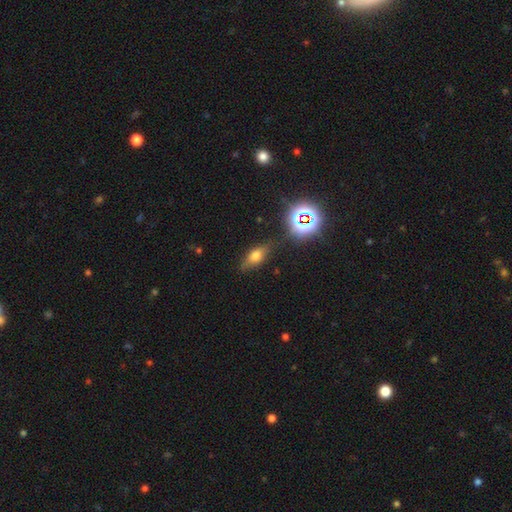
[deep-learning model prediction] Q: Smooth or featured?
A: smooth (53%); runner-up: featured or disk (29%)
Q: How rounded?
A: in between (68%); runner-up: cigar-shaped (22%)
Q: Merging?
A: none (77%); runner-up: minor disturbance (15%)